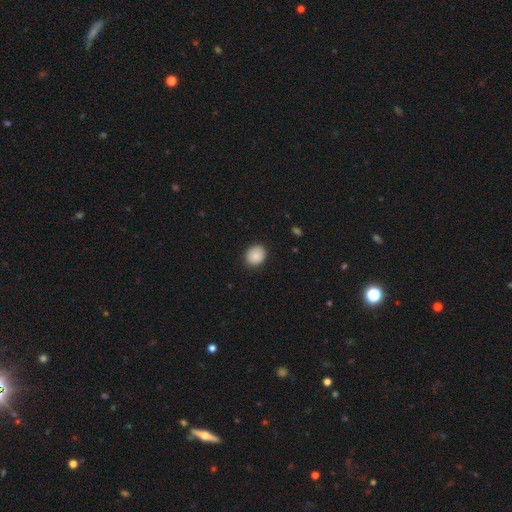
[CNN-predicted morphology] Smooth or featured? Predicted: smooth (p=0.88). How rounded? Predicted: round (p=0.61). Merging? Predicted: none (p=0.88).